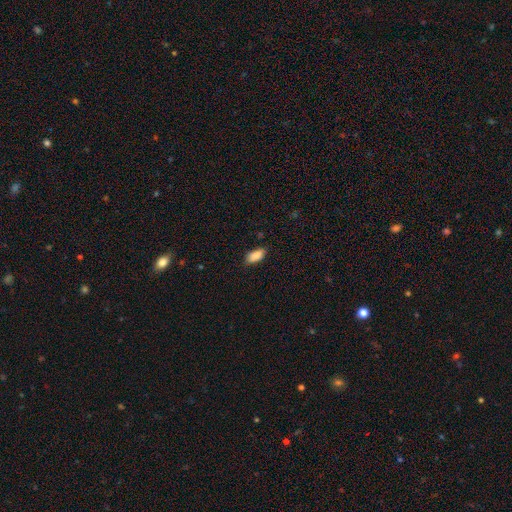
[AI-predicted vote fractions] Smooth or featured? Predicted: smooth (p=0.87). How rounded? Predicted: in between (p=0.89). Merging? Predicted: none (p=0.83).